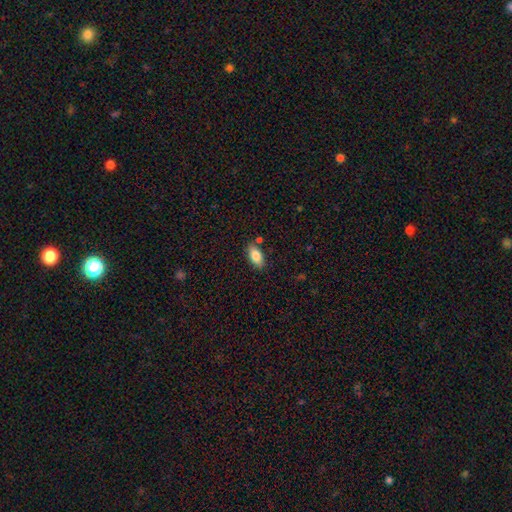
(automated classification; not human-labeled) smooth_or_featured: smooth (p=0.84) [alt: featured or disk p=0.09]
how_rounded: in between (p=0.91) [alt: cigar-shaped p=0.06]
merging: none (p=0.80) [alt: minor disturbance p=0.12]